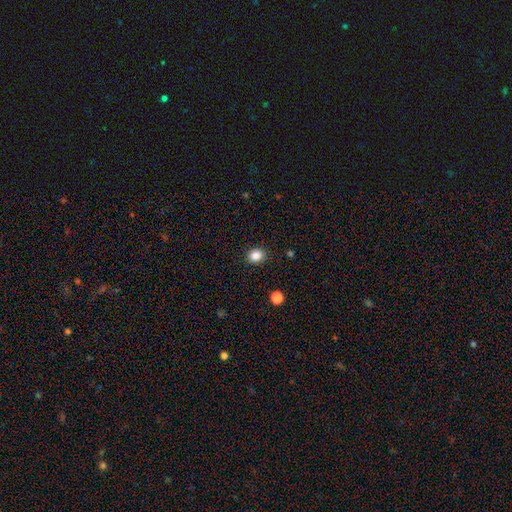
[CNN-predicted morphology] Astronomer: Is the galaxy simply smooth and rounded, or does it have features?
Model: smooth — 85%.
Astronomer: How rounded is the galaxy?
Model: round — 69%.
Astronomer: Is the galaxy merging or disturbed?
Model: none — 90%.